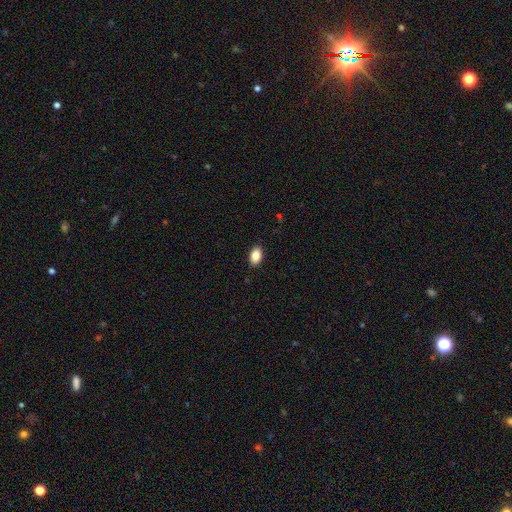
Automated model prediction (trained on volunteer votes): smooth 88%, star or artifact 8%, featured or disk 5%. Down the decision tree: how rounded — in between (90%); merging — none (89%).